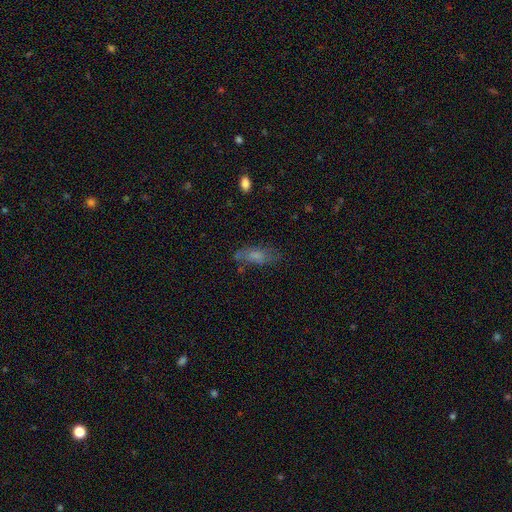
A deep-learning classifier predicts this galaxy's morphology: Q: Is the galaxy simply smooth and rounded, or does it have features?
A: smooth — 65%.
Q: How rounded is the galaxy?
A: in between — 71%.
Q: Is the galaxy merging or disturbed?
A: none — 58%.